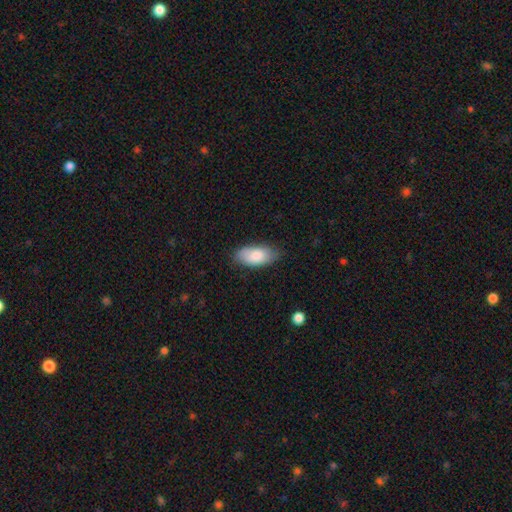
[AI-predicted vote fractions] A smooth galaxy with no disk features (83%) that is in between round and cigar-shaped (92%).

Vote fractions:
- Smooth or featured? smooth: 83% / featured or disk: 12% / star or artifact: 6%
- How rounded? in between: 92% / cigar-shaped: 6% / round: 2%
- Merging? none: 76% / minor disturbance: 20% / major disturbance: 4% / merger: 1%